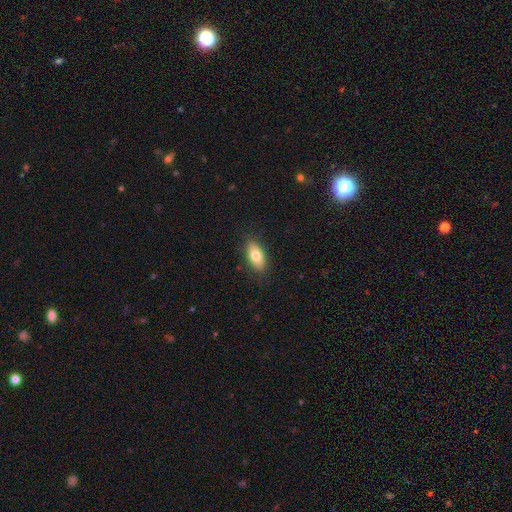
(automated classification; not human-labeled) Overall: smooth (77%). How rounded: in between (90%). Merging: none (86%).